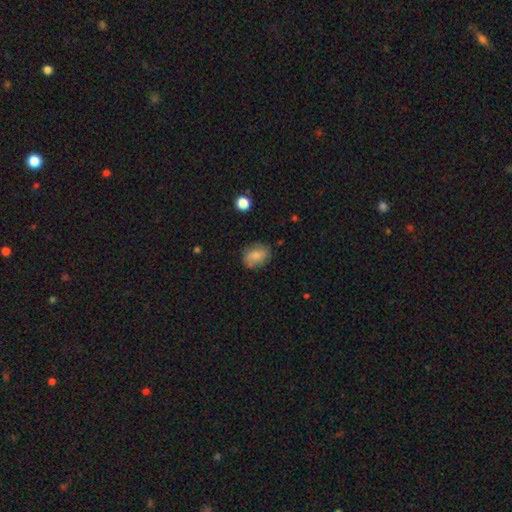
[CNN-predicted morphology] This appears to be a smooth galaxy with no disk features (79%) that is in between round and cigar-shaped (66%). Merging: none (77%).